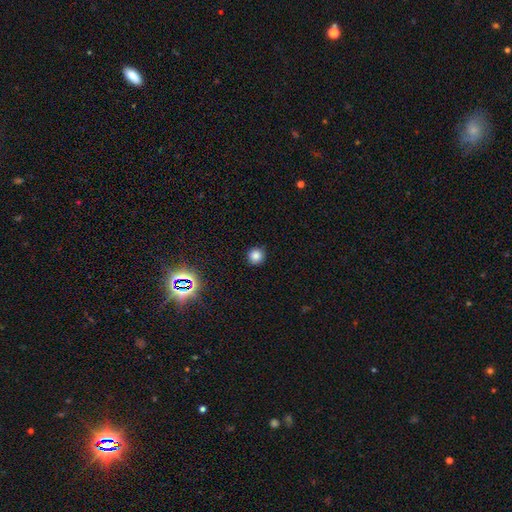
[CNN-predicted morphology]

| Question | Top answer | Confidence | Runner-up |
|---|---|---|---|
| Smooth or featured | smooth | 80% | star or artifact (15%) |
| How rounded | round | 95% | in between (5%) |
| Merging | none | 91% | minor disturbance (6%) |